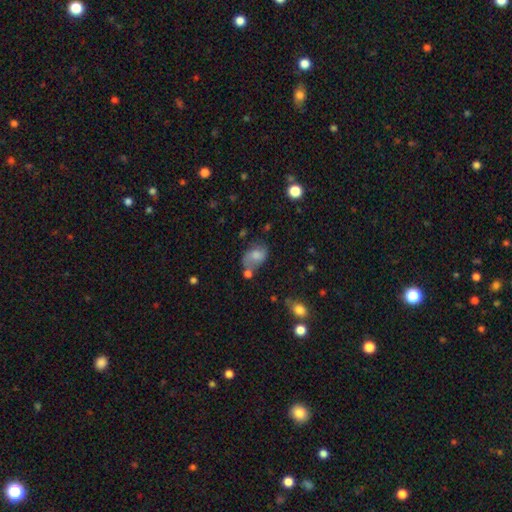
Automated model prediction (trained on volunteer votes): Smooth or featured? smooth (64%)
How rounded? in between (80%)
Merging? none (44%)